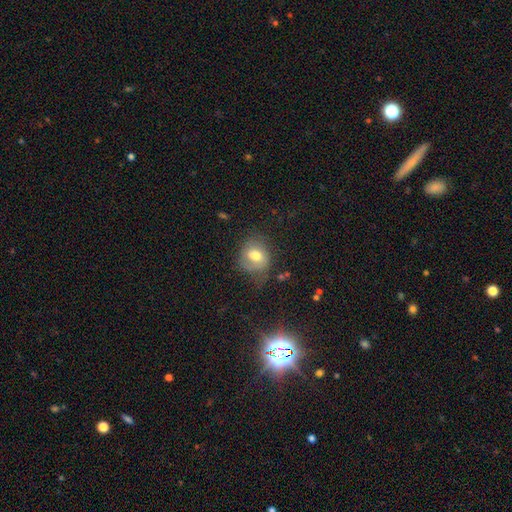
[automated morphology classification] smooth 66%, featured or disk 24%, star or artifact 10%. Down the decision tree: how rounded — round (58%); merging — none (51%).